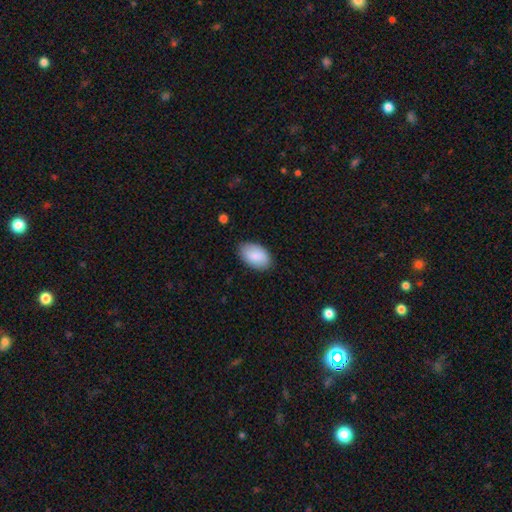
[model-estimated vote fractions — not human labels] This is clearly a smooth galaxy (87%). How rounded: clearly in between (94%). Merging: clearly none (84%).